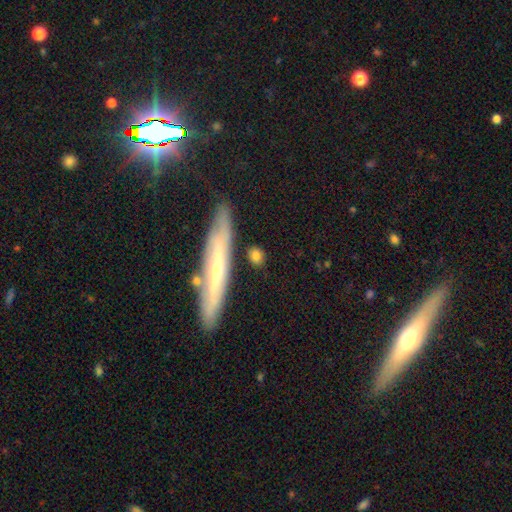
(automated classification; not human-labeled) smooth-or-featured: smooth: 70% | featured or disk: 23% | star or artifact: 7%
  how-rounded: round: 39% | cigar-shaped: 32% | in between: 29%
  merging: none: 81% | minor disturbance: 11% | merger: 5% | major disturbance: 3%